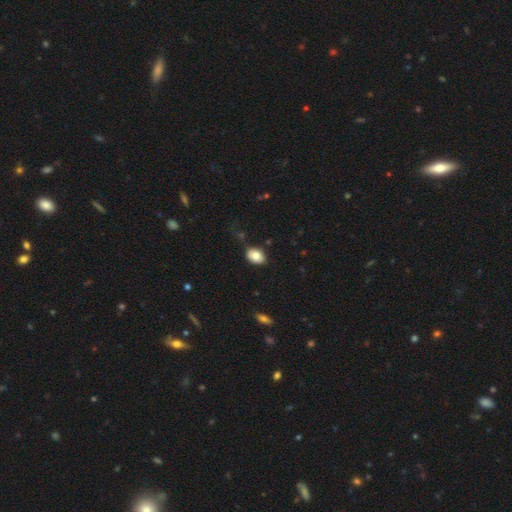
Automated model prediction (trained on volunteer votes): Smooth or featured: smooth — 81% (featured or disk — 11%)
How rounded: in between — 74% (round — 25%)
Merging: none — 81% (minor disturbance — 14%)